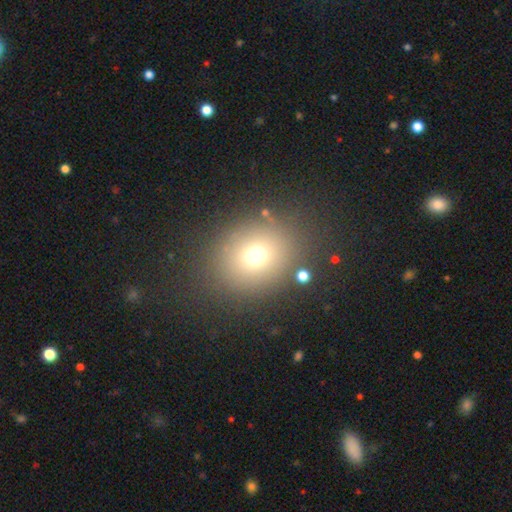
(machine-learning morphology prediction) The model was most divided on "how rounded": round: 72%, in between: 27%, cigar-shaped: 1%. More confident: merging — none (81%); smooth or featured — smooth (69%).